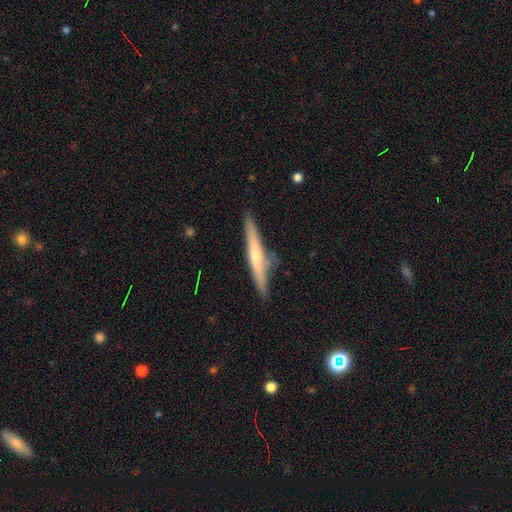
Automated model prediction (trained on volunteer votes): The model was most divided on "smooth or featured": featured or disk: 55%, smooth: 40%, star or artifact: 6%. More confident: edge-on disk — yes (95%); merging — none (80%); edge-on bulge — rounded (65%).